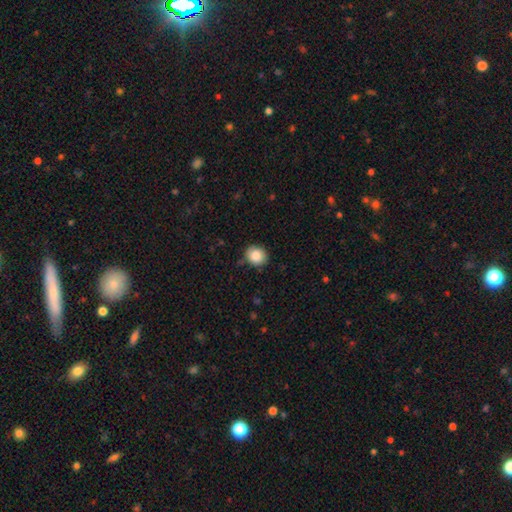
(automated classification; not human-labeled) Overall: smooth (87%). How rounded: round (77%). Merging: none (84%).